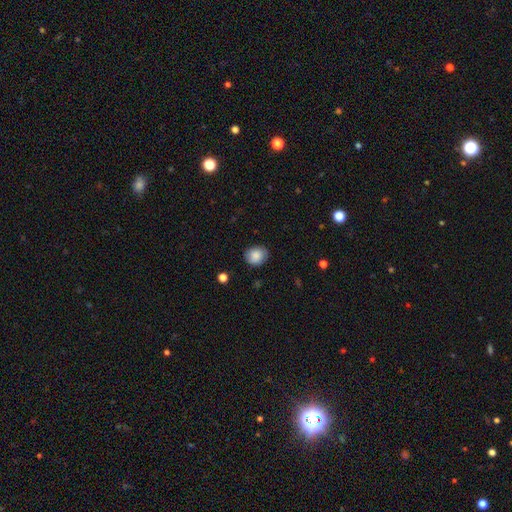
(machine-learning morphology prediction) This appears to be a smooth galaxy with no disk features (86%) that is round (68%). Merging: none (82%).